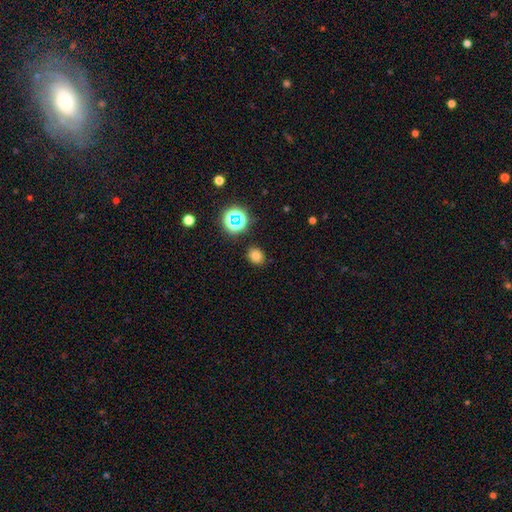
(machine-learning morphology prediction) Overall: smooth (76%). How rounded: round (61%; in between 38%). Merging: none (87%).